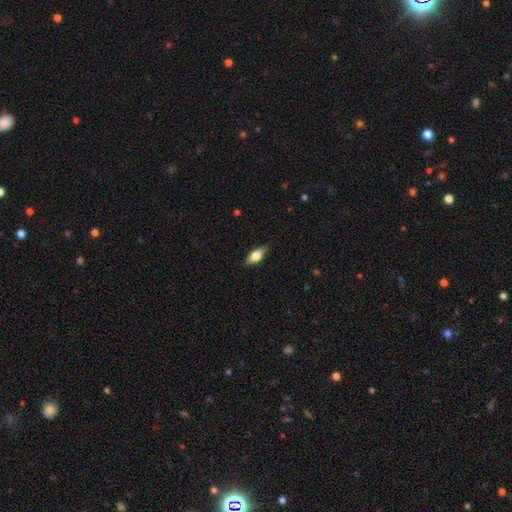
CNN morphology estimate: Q: Smooth or featured?
A: smooth (54%); runner-up: featured or disk (40%)
Q: How rounded?
A: in between (69%); runner-up: cigar-shaped (27%)
Q: Merging?
A: none (85%); runner-up: minor disturbance (11%)